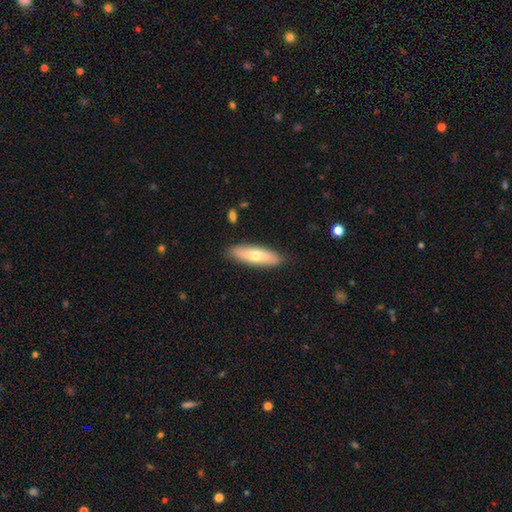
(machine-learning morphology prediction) A smooth galaxy with no disk features (60%) that is cigar-shaped (58%).

Vote fractions:
- Smooth or featured? smooth: 60% / featured or disk: 35% / star or artifact: 5%
- How rounded? cigar-shaped: 58% / in between: 40% / round: 2%
- Merging? none: 87% / minor disturbance: 10% / major disturbance: 2% / merger: 1%